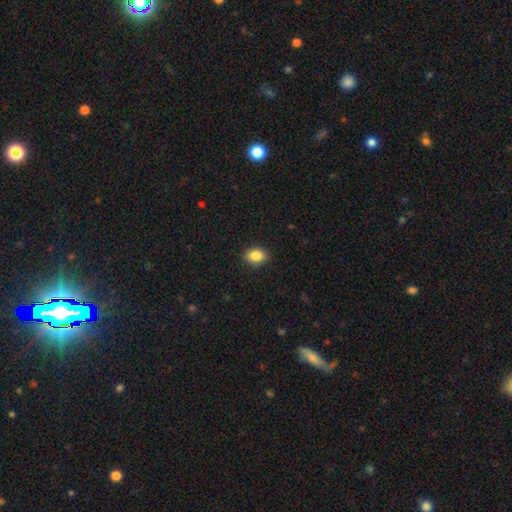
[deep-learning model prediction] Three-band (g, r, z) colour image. It shows a smooth galaxy with no disk features (87%) that is in between round and cigar-shaped (71%). Merging: none (89%).